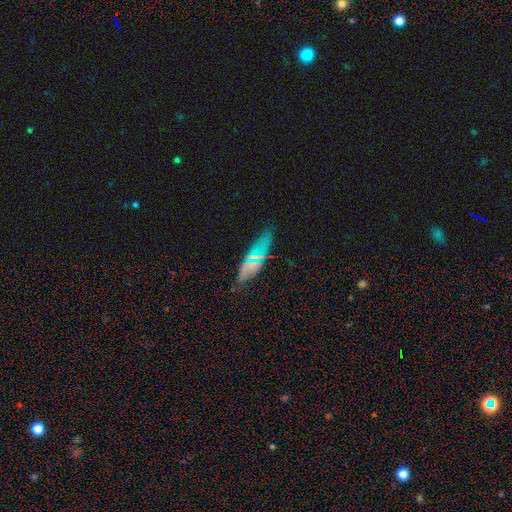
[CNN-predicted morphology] type=smooth (50%); merging=none (80%).